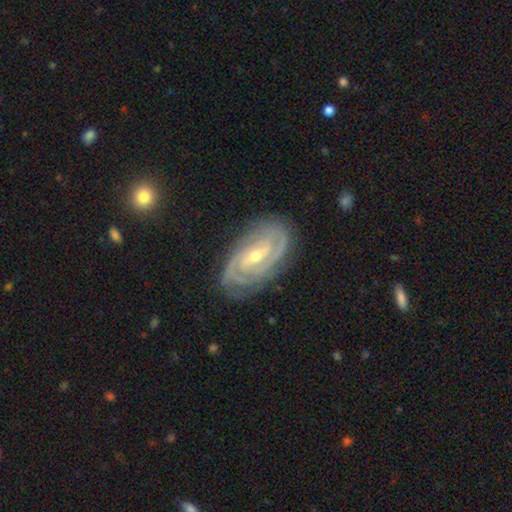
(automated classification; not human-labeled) featured or disk 89%, smooth 6%, star or artifact 5%. Down the decision tree: edge-on disk — no (95%); bar — weak (44%); spiral arms — yes (97%); spiral arm count — 2 (36%); spiral winding — tight (70%); bulge size — small (50%); merging — none (79%).